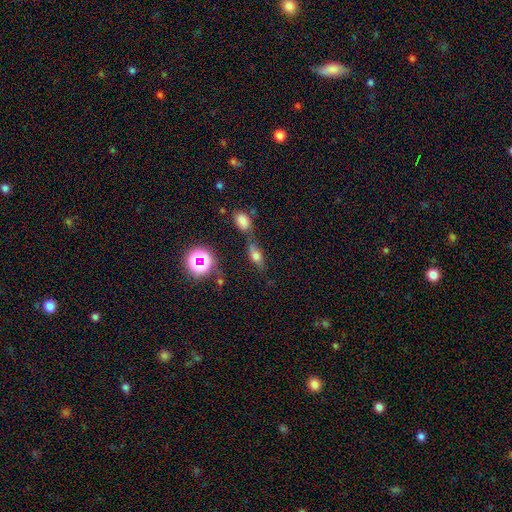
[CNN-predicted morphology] The model was most divided on "smooth or featured": smooth: 58%, featured or disk: 22%, star or artifact: 20%. More confident: how rounded — in between (70%); merging — none (56%).